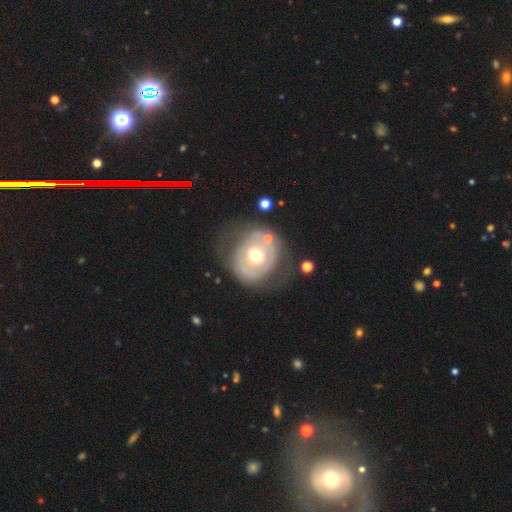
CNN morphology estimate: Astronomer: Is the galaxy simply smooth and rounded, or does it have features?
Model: featured or disk — 58% (runner-up: smooth, 35%).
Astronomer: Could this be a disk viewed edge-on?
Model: no — 96%.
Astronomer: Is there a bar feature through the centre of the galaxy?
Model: no — 72%.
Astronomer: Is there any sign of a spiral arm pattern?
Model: no — 66%.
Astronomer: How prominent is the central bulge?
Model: moderate — 73%.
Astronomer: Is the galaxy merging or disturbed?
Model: none — 56%.